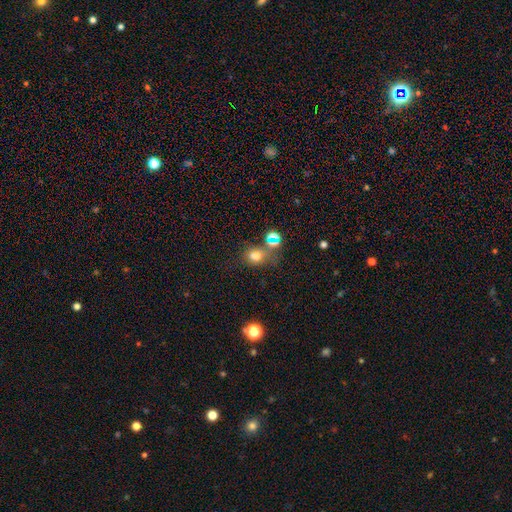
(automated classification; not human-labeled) The model was most divided on "how rounded": round: 53%, in between: 46%, cigar-shaped: 1%. More confident: smooth or featured — smooth (72%); merging — none (50%).